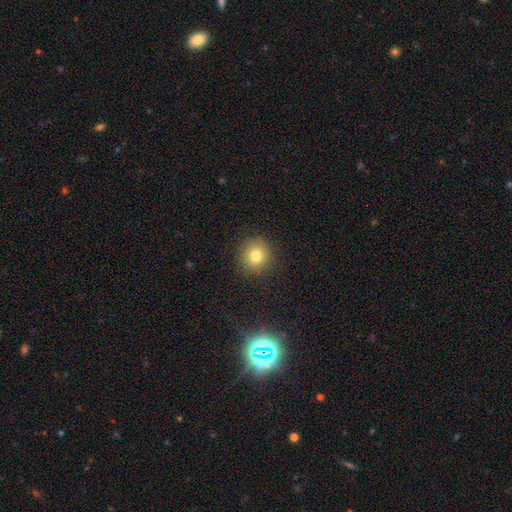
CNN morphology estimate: Smooth or featured: smooth — 78% (star or artifact — 13%)
How rounded: round — 91% (in between — 8%)
Merging: none — 88% (minor disturbance — 8%)